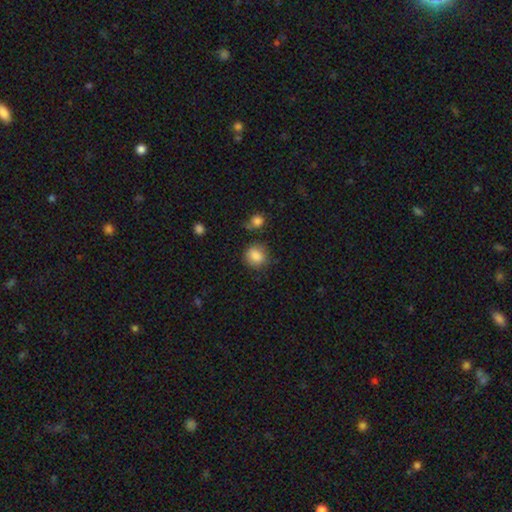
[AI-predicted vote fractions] Morphology: type=smooth (86%); roundness=round (79%); merging=none (74%).